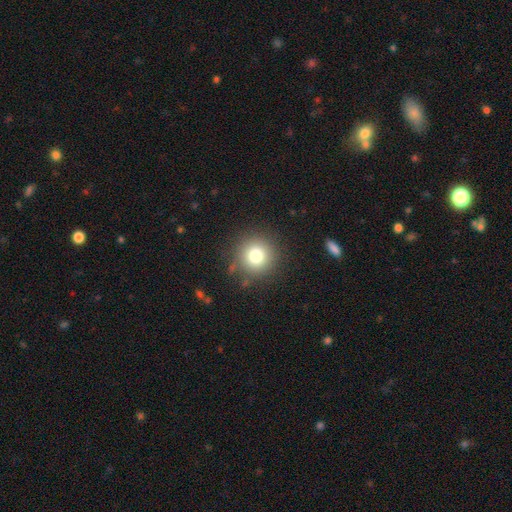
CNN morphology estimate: Overall: smooth (78%). How rounded: round (95%). Merging: none (86%).